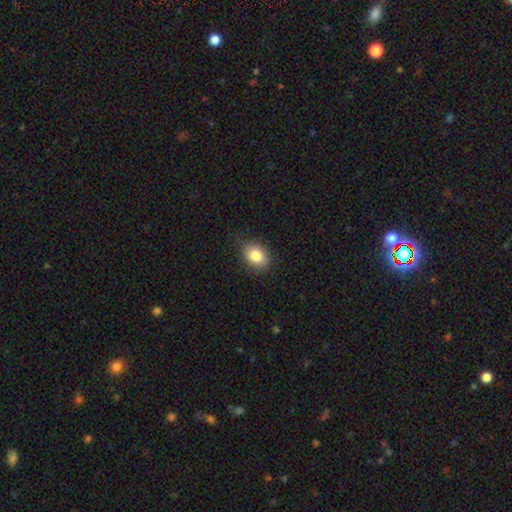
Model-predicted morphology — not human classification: Smooth or featured? smooth (84%)
How rounded? in between (60%)
Merging? none (79%)